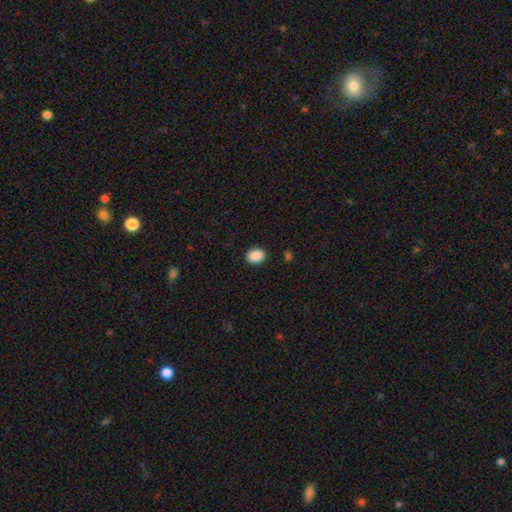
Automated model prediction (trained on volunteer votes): Smooth or featured?
  - smooth: 89% *
  - star or artifact: 8%
  - featured or disk: 3%
How rounded?
  - in between: 65% *
  - round: 34%
  - cigar-shaped: 1%
Merging?
  - none: 89% *
  - minor disturbance: 8%
  - major disturbance: 2%
  - merger: 1%